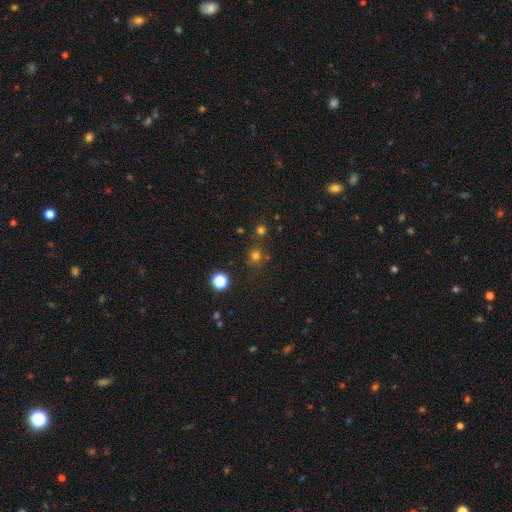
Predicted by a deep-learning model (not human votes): smooth 69%, star or artifact 25%, featured or disk 7%. Down the decision tree: how rounded — round (90%); merging — none (76%).